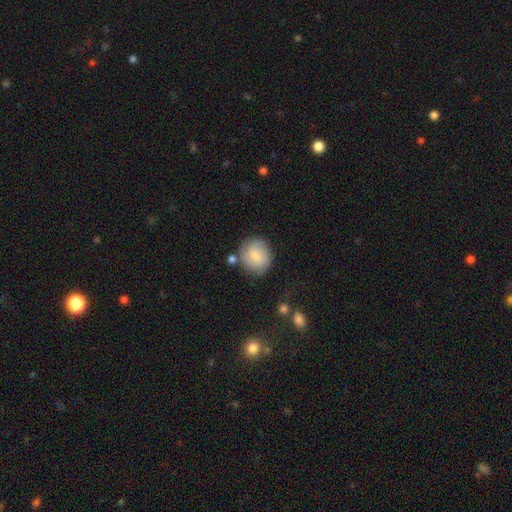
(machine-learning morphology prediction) The model was most divided on "smooth or featured": smooth: 67%, featured or disk: 26%, star or artifact: 7%. More confident: how rounded — round (83%); merging — none (72%).